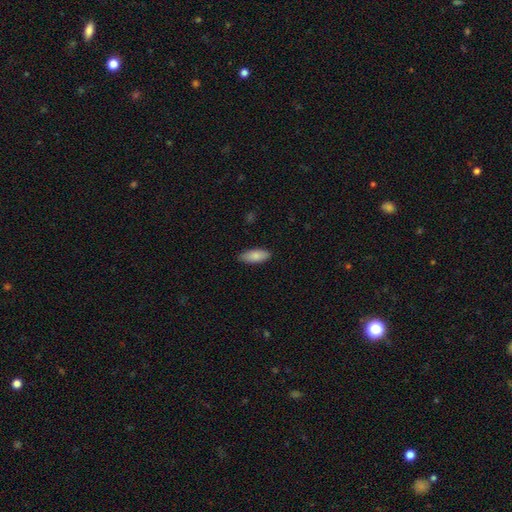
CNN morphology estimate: Q: Smooth or featured?
A: smooth (86%); runner-up: featured or disk (8%)
Q: How rounded?
A: in between (79%); runner-up: cigar-shaped (19%)
Q: Merging?
A: none (88%); runner-up: minor disturbance (10%)